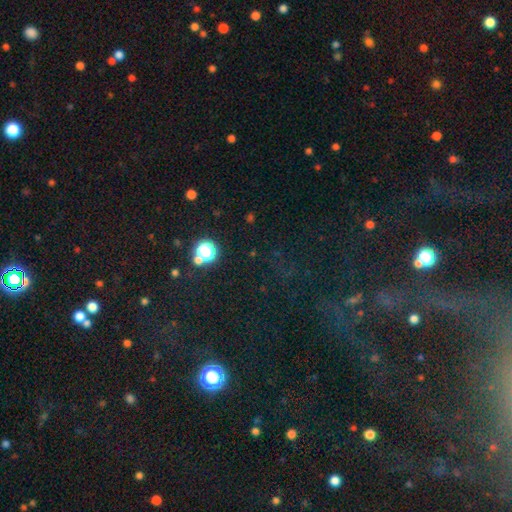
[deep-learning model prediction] Q: Smooth or featured?
A: star or artifact (66%); runner-up: smooth (24%)